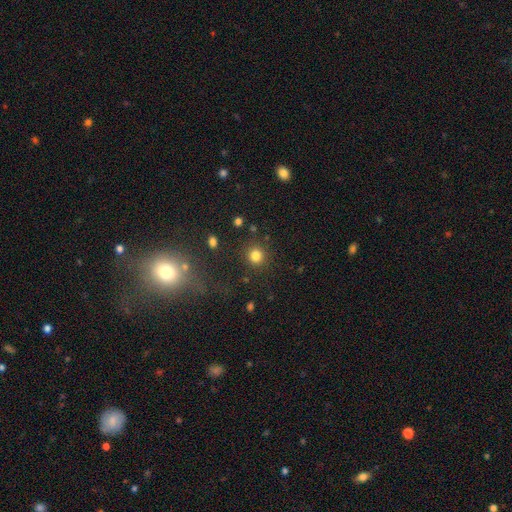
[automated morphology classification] Smooth or featured: smooth — 82% (star or artifact — 13%)
How rounded: round — 91% (in between — 9%)
Merging: none — 86% (minor disturbance — 7%)